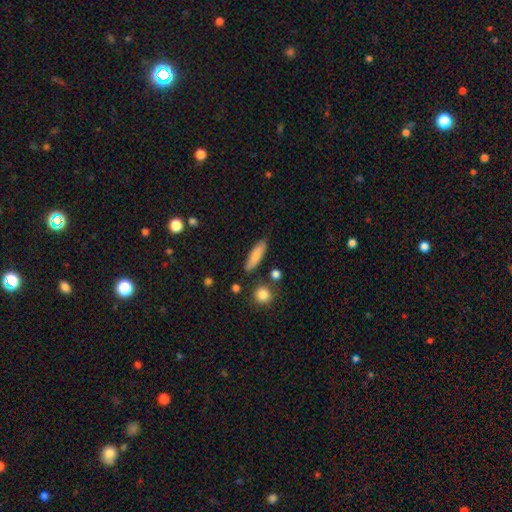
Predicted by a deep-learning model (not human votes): Q: Smooth or featured?
A: smooth (82%); runner-up: featured or disk (11%)
Q: How rounded?
A: cigar-shaped (55%); runner-up: in between (41%)
Q: Merging?
A: none (83%); runner-up: minor disturbance (11%)